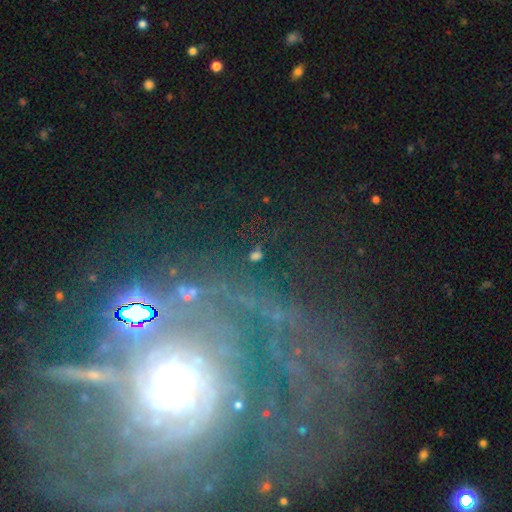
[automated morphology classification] A smooth galaxy with no disk features (49%). Merging: none (77%).